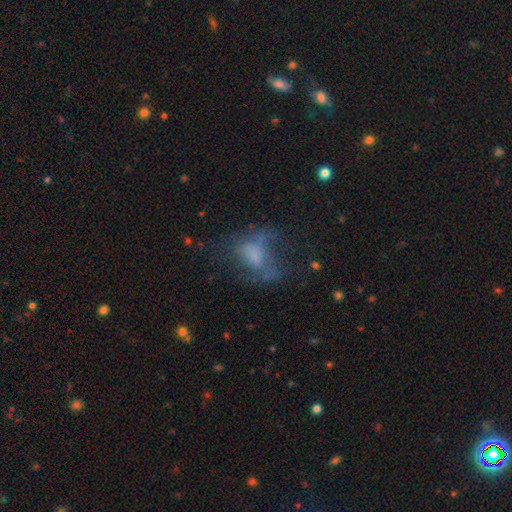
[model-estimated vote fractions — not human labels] Smooth or featured: featured or disk — 41% (smooth — 39%)
Merging: none — 42% (major disturbance — 35%)